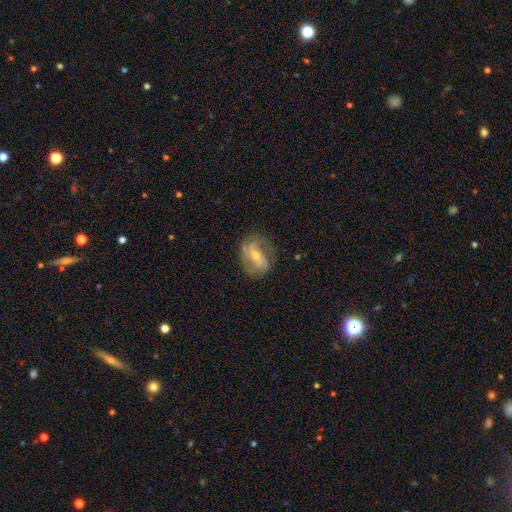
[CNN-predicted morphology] A featured or disk galaxy (76%) with a weak bar (40%), 2 (50%) medium (42%) spiral arms (87%) and a moderate central bulge (50%). Merging: none (68%).